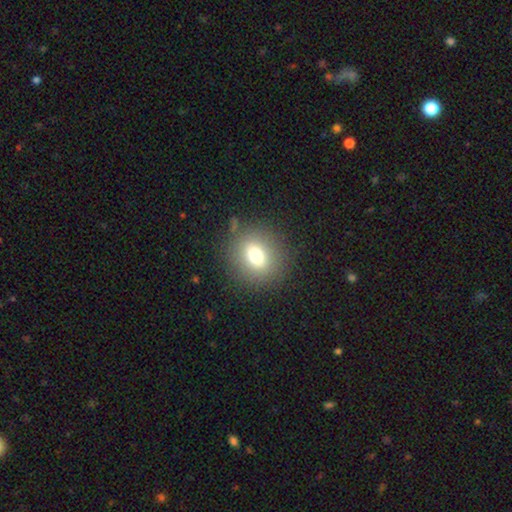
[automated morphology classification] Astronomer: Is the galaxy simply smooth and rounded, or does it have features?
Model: smooth — 72%.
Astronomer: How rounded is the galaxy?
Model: round — 75%.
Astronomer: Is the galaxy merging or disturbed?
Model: none — 84%.